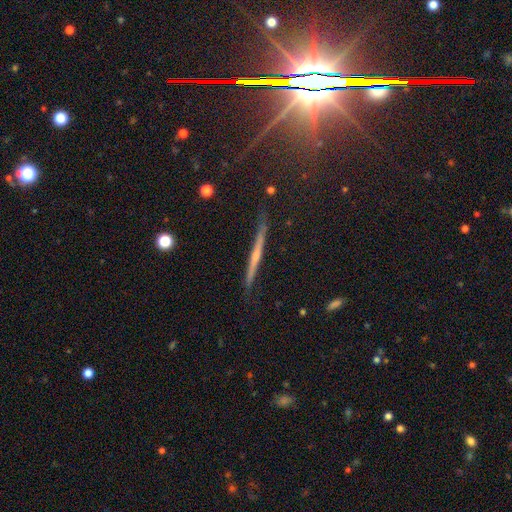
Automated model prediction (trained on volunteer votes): Smooth or featured: featured or disk — 62% (smooth — 27%)
Edge-on disk: yes — 97% (no — 3%)
Edge-on bulge: none — 55% (rounded — 36%)
Merging: none — 85% (minor disturbance — 11%)